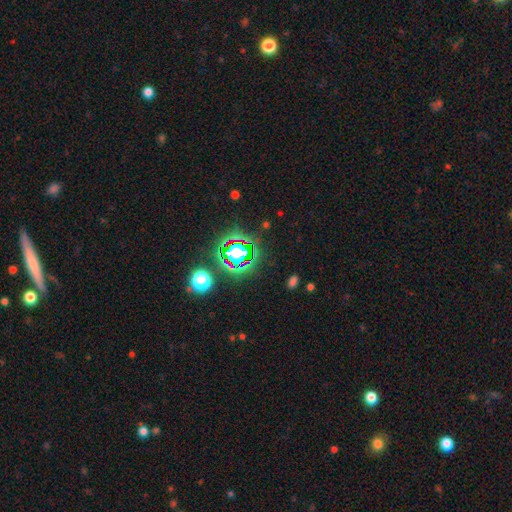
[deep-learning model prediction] A star or artifact, not a galaxy (79%).

Vote fractions:
- Smooth or featured? star or artifact: 79% / smooth: 13% / featured or disk: 8%